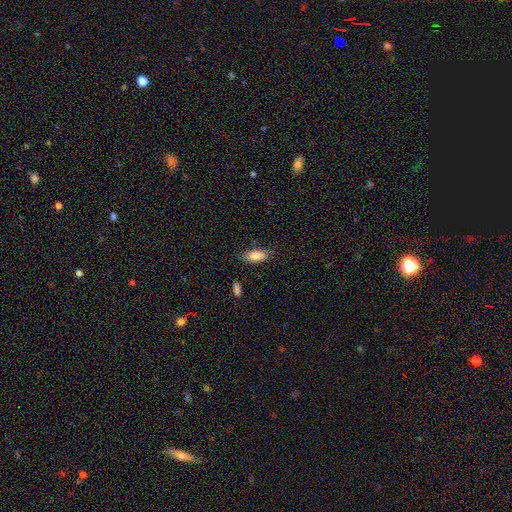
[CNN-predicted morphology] Smooth or featured? Predicted: smooth (p=0.81). How rounded? Predicted: in between (p=0.83). Merging? Predicted: none (p=0.73).